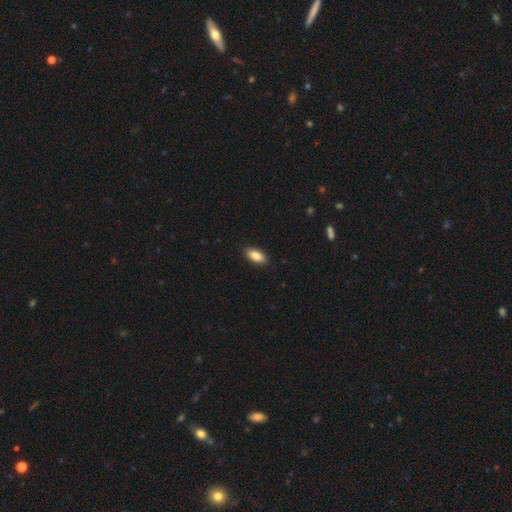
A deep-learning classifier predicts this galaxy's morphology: smooth 86%, featured or disk 7%, star or artifact 7%. Down the decision tree: how rounded — in between (90%); merging — none (89%).